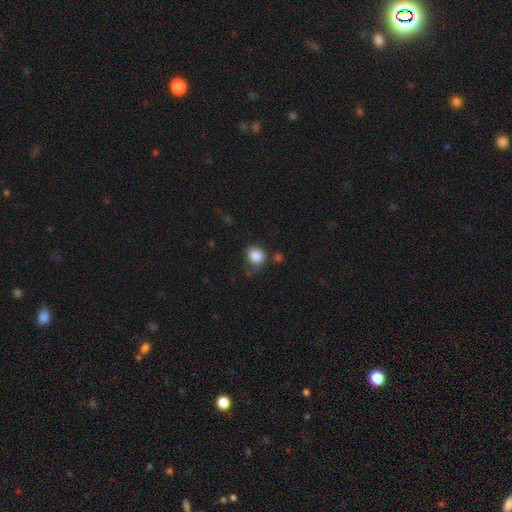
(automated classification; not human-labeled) smooth 85%, star or artifact 9%, featured or disk 6%. Down the decision tree: how rounded — round (71%); merging — none (57%).